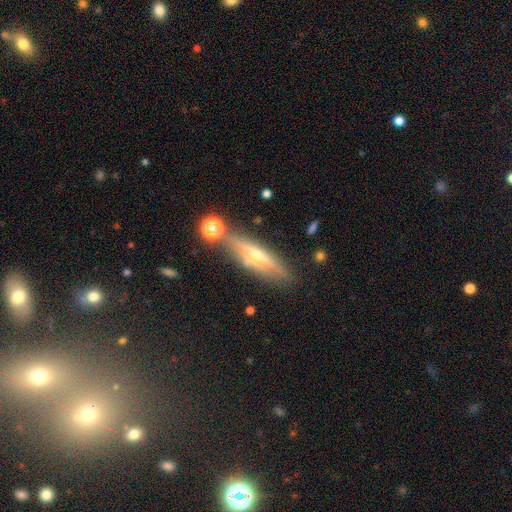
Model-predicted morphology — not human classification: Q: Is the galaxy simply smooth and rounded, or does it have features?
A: featured or disk — 68%.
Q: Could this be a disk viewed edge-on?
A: yes — 91%.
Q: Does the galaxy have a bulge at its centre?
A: rounded — 79%.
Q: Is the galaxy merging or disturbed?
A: none — 75%.